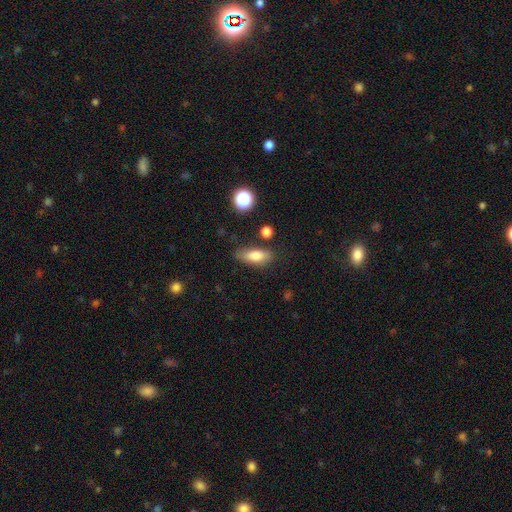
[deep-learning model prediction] This appears to be a smooth galaxy with no disk features (78%) that is in between round and cigar-shaped (70%). Merging: none (76%).